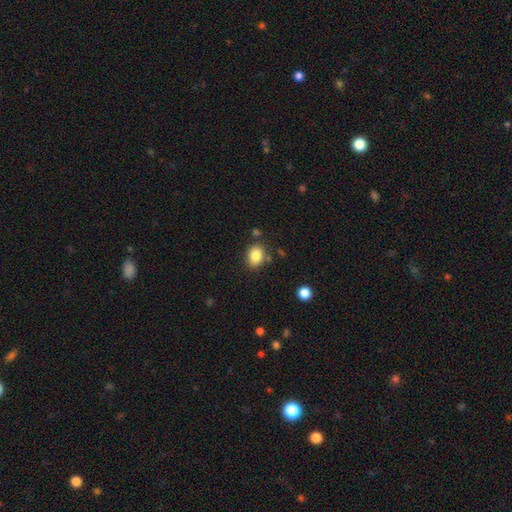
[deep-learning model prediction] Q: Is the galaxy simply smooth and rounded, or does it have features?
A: smooth — 84%.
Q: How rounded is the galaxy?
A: in between — 62%.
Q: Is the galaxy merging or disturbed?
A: none — 79%.